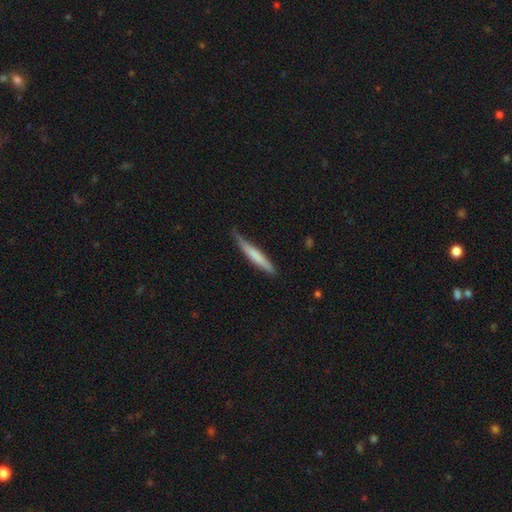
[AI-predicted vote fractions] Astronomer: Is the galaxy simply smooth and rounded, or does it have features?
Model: smooth — 68%.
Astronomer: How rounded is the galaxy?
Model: cigar-shaped — 94%.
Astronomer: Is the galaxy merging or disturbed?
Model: none — 66%.